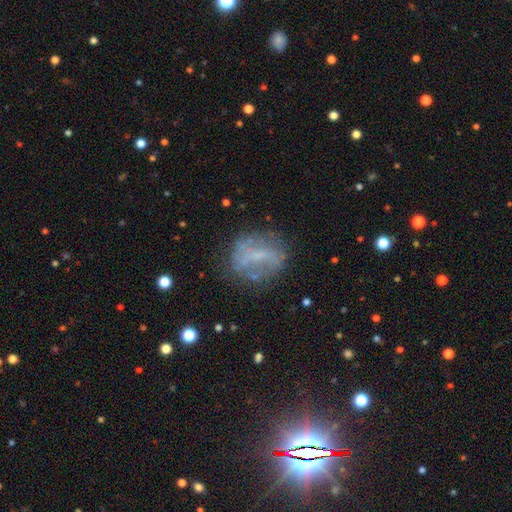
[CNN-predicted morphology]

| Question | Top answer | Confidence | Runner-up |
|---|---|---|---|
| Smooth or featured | featured or disk | 56% | smooth (31%) |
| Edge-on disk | no | 95% | yes (5%) |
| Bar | weak | 39% | no (35%) |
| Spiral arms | no | 56% | yes (44%) |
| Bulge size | small | 45% | none (43%) |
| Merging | none | 65% | minor disturbance (20%) |